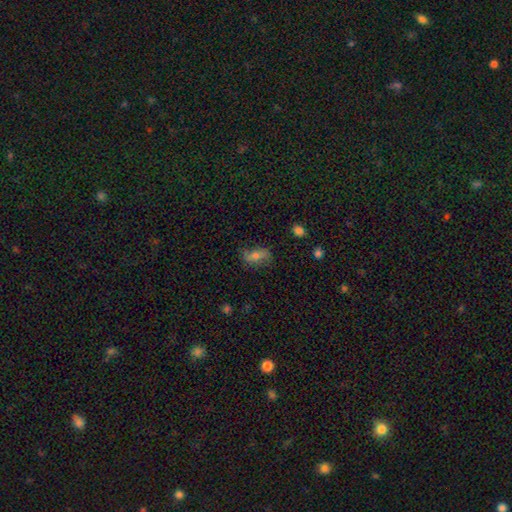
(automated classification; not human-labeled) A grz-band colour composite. It shows a smooth galaxy with no disk features (58%) that is in between round and cigar-shaped (79%). Merging: none (69%).